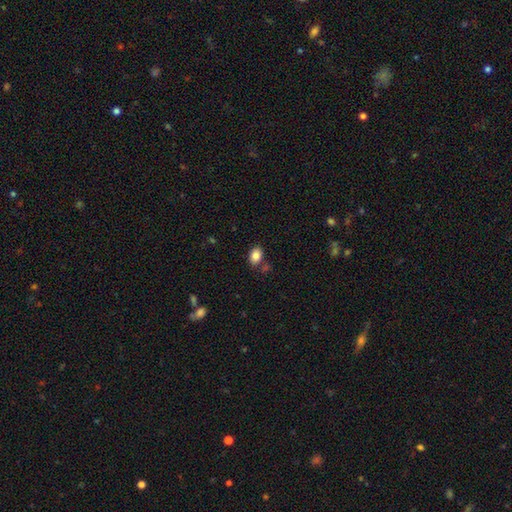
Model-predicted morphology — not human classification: Smooth or featured: smooth — 86% (star or artifact — 9%)
How rounded: in between — 79% (round — 20%)
Merging: none — 72% (minor disturbance — 15%)